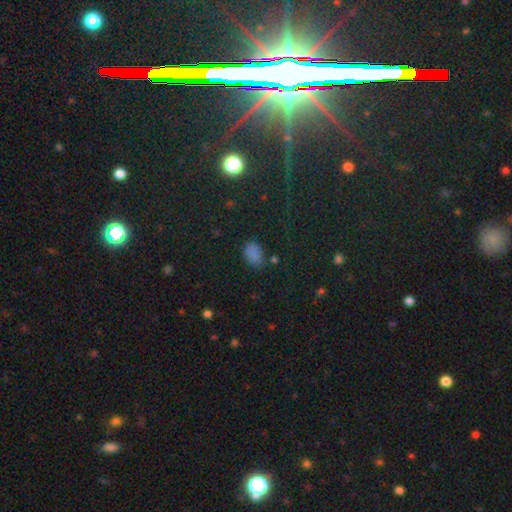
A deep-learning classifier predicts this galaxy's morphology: type=smooth (64%); roundness=in between (83%); merging=none (79%).